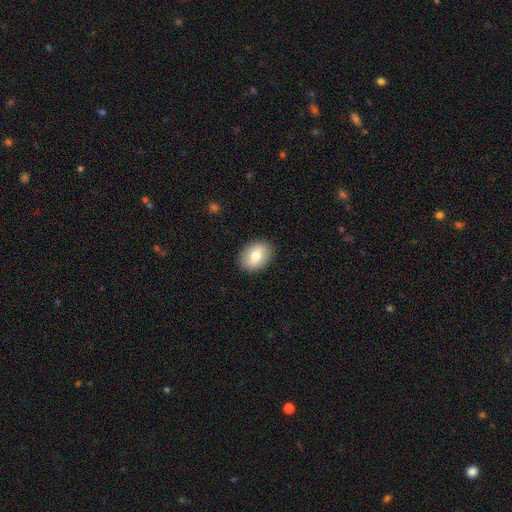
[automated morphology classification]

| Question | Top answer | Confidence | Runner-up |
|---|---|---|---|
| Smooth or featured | smooth | 77% | featured or disk (16%) |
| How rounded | in between | 70% | round (29%) |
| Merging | none | 89% | minor disturbance (8%) |